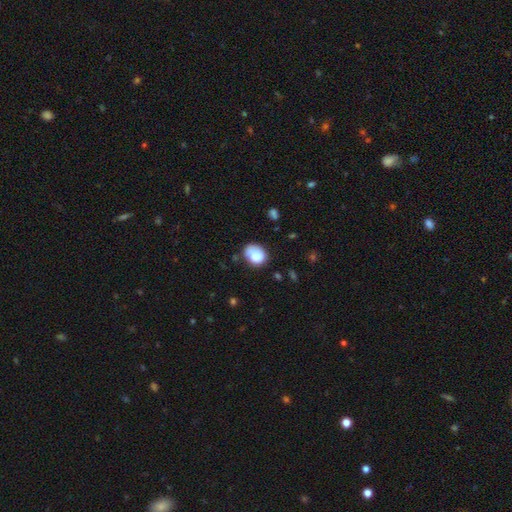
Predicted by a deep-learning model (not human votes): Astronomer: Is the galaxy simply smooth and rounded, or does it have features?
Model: smooth — 79%.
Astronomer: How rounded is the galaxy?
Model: in between — 55% (runner-up: round, 45%).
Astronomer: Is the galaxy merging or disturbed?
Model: none — 55%.